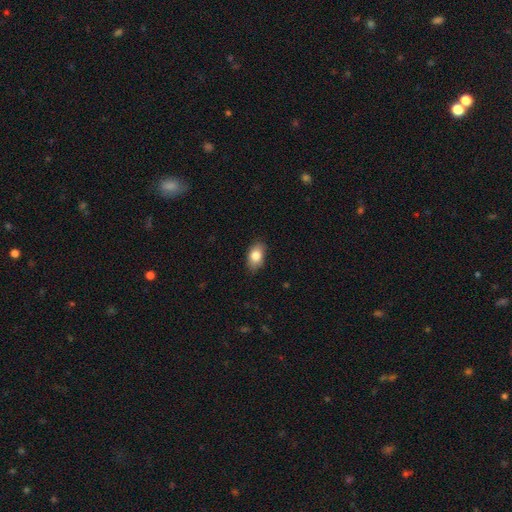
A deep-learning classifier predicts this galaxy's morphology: A smooth galaxy with no disk features (82%) that is in between round and cigar-shaped (89%). Merging: none (83%).